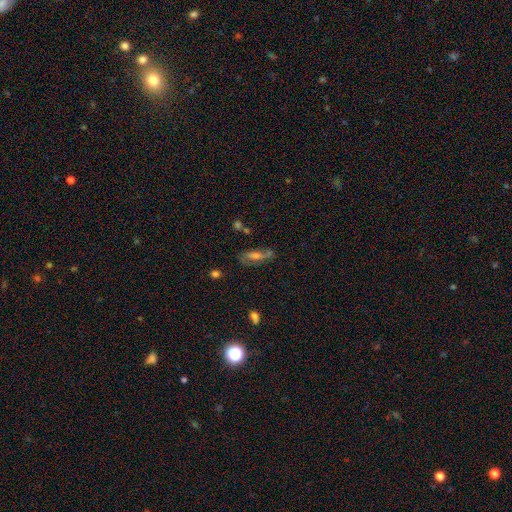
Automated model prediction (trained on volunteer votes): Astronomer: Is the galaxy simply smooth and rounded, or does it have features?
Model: featured or disk — 53% (runner-up: smooth, 31%).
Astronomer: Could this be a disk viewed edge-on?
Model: no — 73%.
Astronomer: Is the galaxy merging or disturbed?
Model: none — 66%.